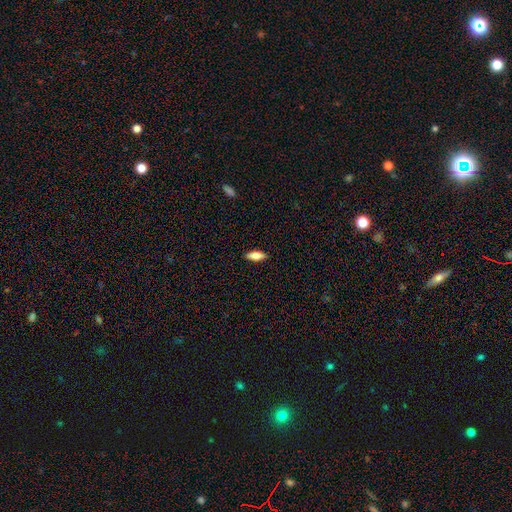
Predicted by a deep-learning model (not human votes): Smooth or featured? Predicted: smooth (p=0.75). How rounded? Predicted: in between (p=0.75). Merging? Predicted: none (p=0.89).